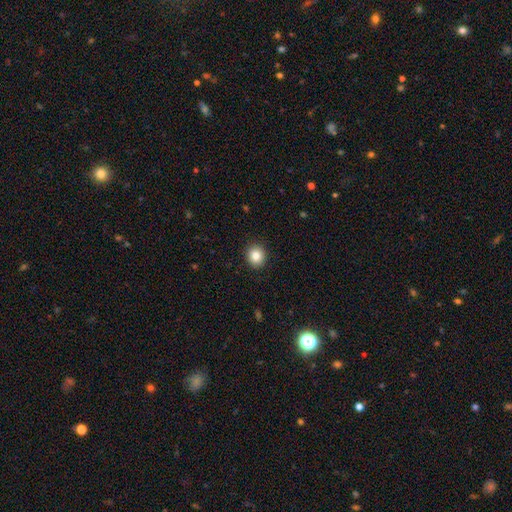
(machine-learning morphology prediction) smooth-or-featured: smooth: 85% | star or artifact: 10% | featured or disk: 6%
  how-rounded: round: 82% | in between: 17% | cigar-shaped: 1%
  merging: none: 92% | minor disturbance: 6% | major disturbance: 2% | merger: 1%